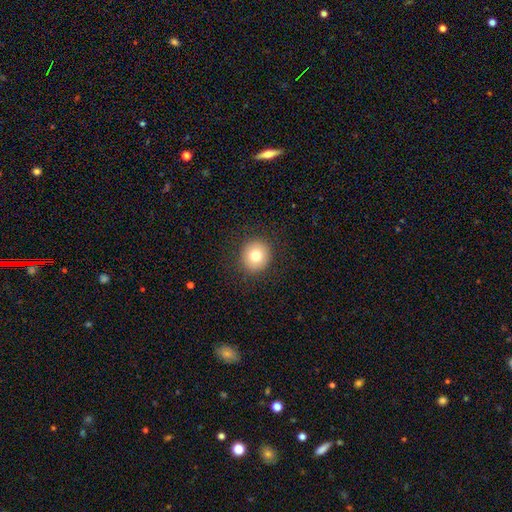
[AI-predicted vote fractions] Smooth or featured?
  - smooth: 78% *
  - featured or disk: 12%
  - star or artifact: 10%
How rounded?
  - round: 92% *
  - in between: 7%
  - cigar-shaped: 1%
Merging?
  - none: 90% *
  - minor disturbance: 6%
  - major disturbance: 2%
  - merger: 1%